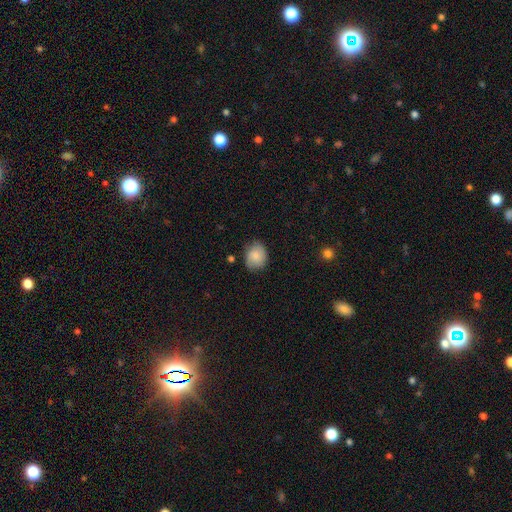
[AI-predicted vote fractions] Smooth or featured?
  - smooth: 83% *
  - featured or disk: 9%
  - star or artifact: 7%
How rounded?
  - round: 56% *
  - in between: 43%
  - cigar-shaped: 1%
Merging?
  - none: 75% *
  - minor disturbance: 20%
  - major disturbance: 4%
  - merger: 2%